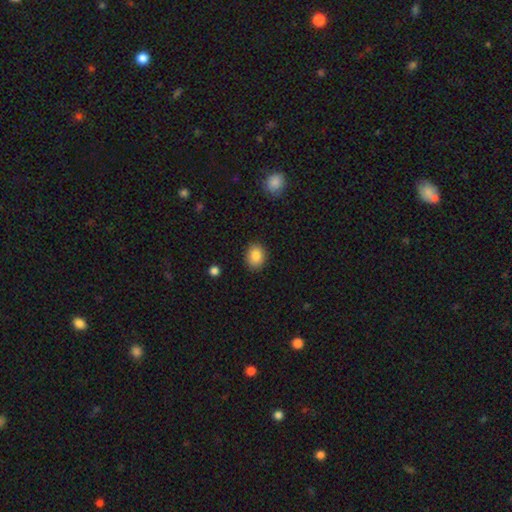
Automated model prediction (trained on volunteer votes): Smooth or featured? Predicted: smooth (p=0.87). How rounded? Predicted: in between (p=0.50). Merging? Predicted: none (p=0.87).